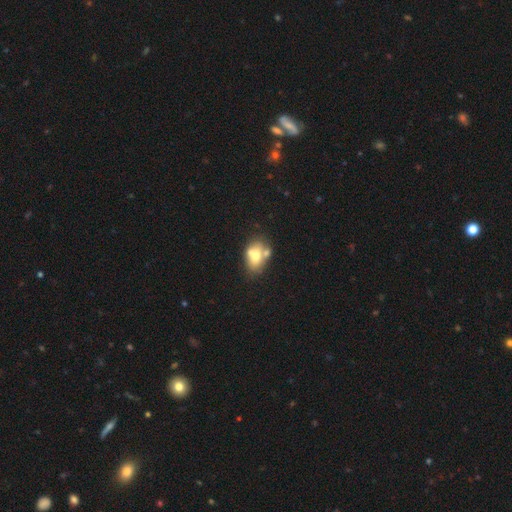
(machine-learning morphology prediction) A smooth galaxy with no disk features (57%) that is in between round and cigar-shaped (74%).

Vote fractions:
- Smooth or featured? smooth: 57% / featured or disk: 33% / star or artifact: 10%
- How rounded? in between: 74% / round: 24% / cigar-shaped: 2%
- Merging? merger: 41% / none: 38% / minor disturbance: 14% / major disturbance: 6%